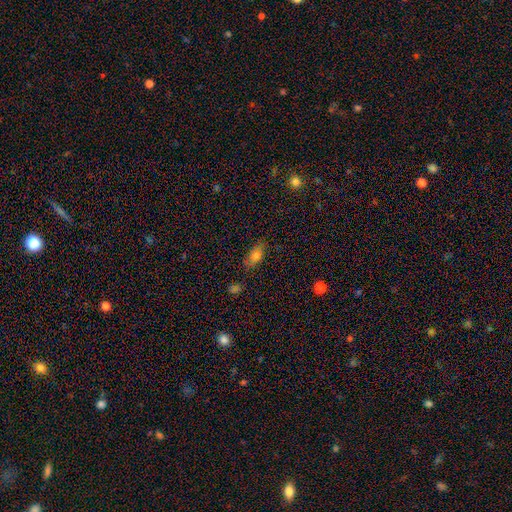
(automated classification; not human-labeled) Smooth or featured? Predicted: smooth (p=0.73). How rounded? Predicted: in between (p=0.82). Merging? Predicted: none (p=0.79).